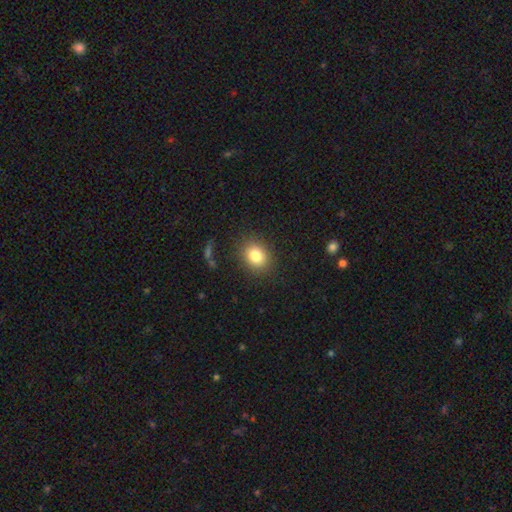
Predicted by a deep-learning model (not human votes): Smooth or featured? Predicted: smooth (p=0.82). How rounded? Predicted: round (p=0.62). Merging? Predicted: none (p=0.86).